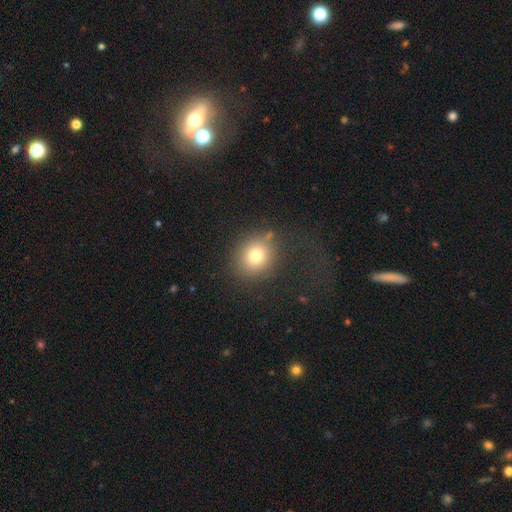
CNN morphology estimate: type=smooth (76%); roundness=round (81%); merging=none (80%).